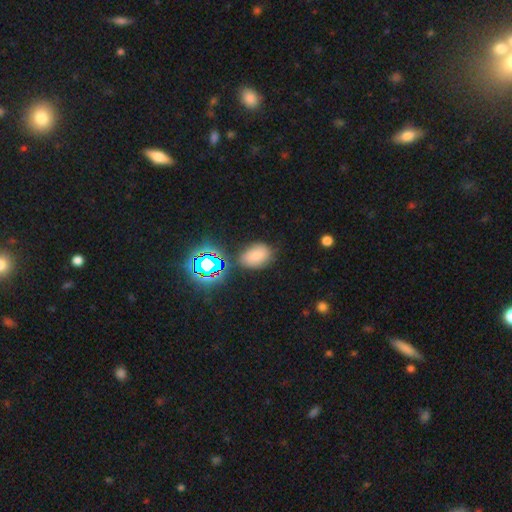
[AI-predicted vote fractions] This appears to be a smooth galaxy with no disk features (67%) that is in between round and cigar-shaped (83%). Merging: none (75%).